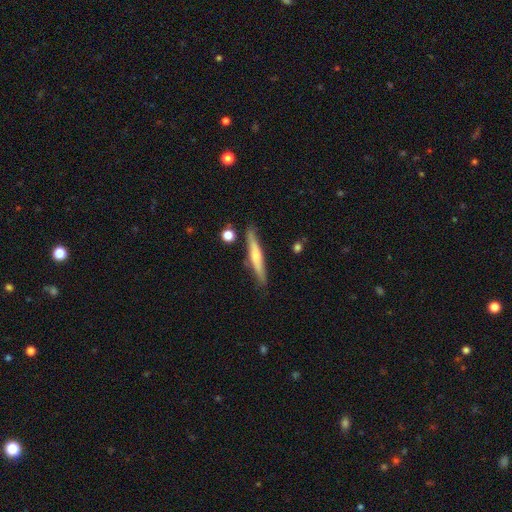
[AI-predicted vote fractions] Q: Smooth or featured?
A: featured or disk (48%); runner-up: smooth (46%)
Q: Merging?
A: none (83%); runner-up: minor disturbance (11%)